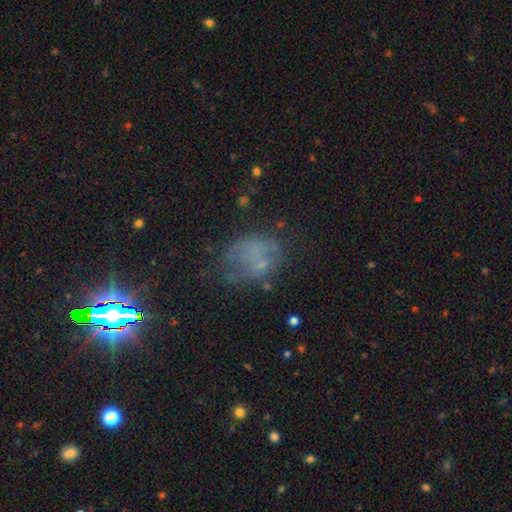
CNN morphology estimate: Smooth or featured: smooth — 42% (featured or disk — 31%)
Merging: none — 45% (minor disturbance — 24%)